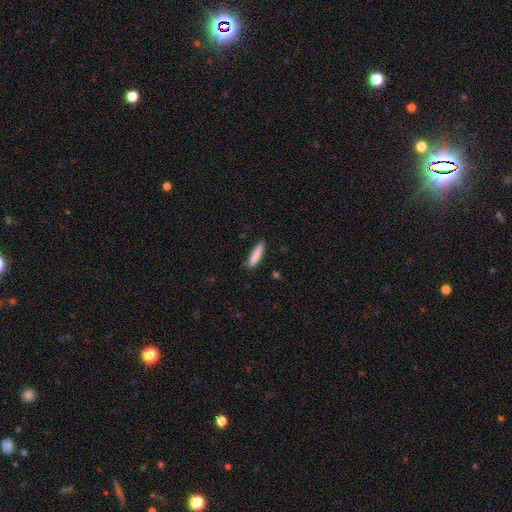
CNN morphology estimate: Smooth or featured?
  - smooth: 86% *
  - featured or disk: 8%
  - star or artifact: 6%
How rounded?
  - cigar-shaped: 81% *
  - in between: 17%
  - round: 1%
Merging?
  - none: 84% *
  - minor disturbance: 12%
  - major disturbance: 2%
  - merger: 1%